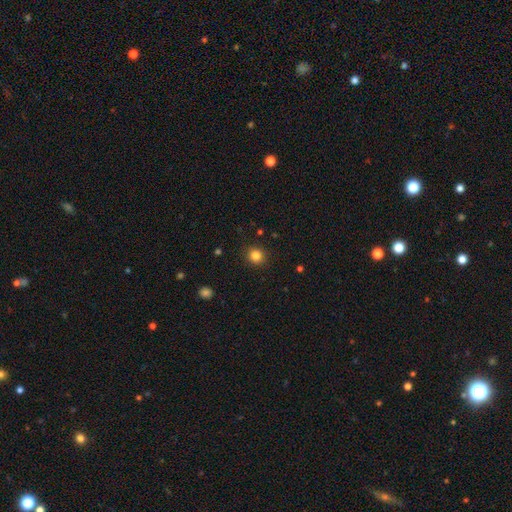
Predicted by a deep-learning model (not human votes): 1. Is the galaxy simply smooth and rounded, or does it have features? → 84% smooth, 12% star or artifact, 4% featured or disk.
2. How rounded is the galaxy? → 90% round, 9% in between, 1% cigar-shaped.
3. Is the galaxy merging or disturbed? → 89% none, 7% minor disturbance, 2% major disturbance, 1% merger.